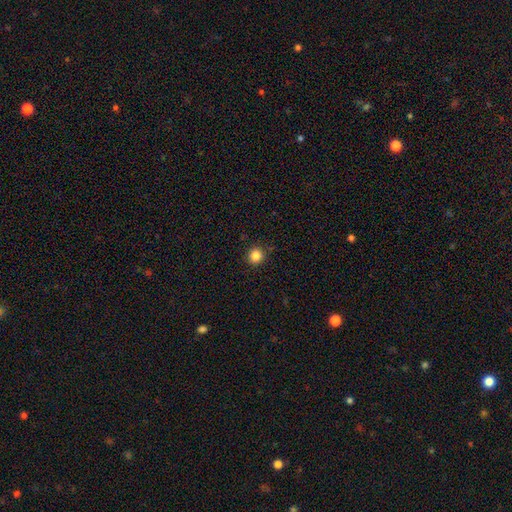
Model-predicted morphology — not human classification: smooth 84%, star or artifact 12%, featured or disk 4%. Down the decision tree: how rounded — round (93%); merging — none (91%).